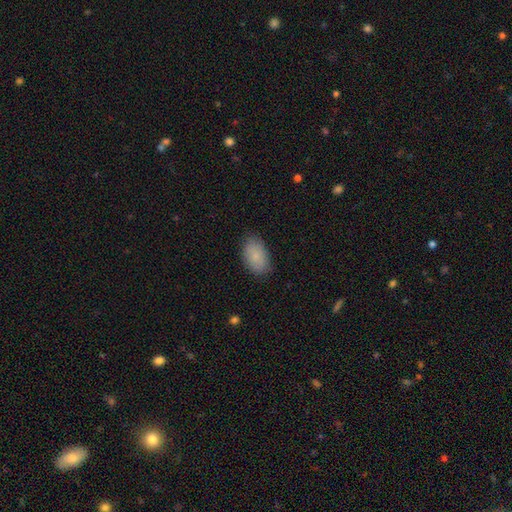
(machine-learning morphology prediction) Q: Smooth or featured?
A: smooth (86%); runner-up: star or artifact (7%)
Q: How rounded?
A: in between (92%); runner-up: round (7%)
Q: Merging?
A: none (83%); runner-up: minor disturbance (13%)